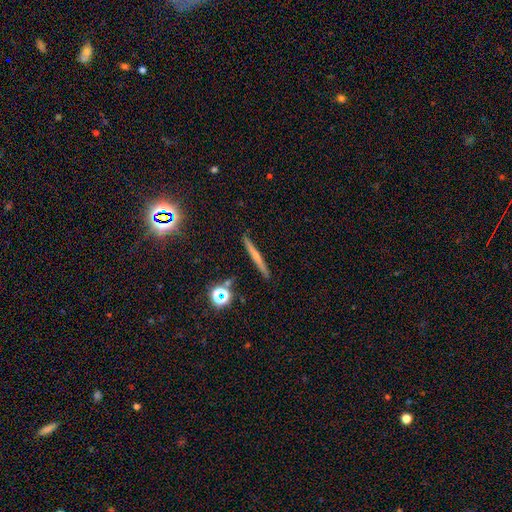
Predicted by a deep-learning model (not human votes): Q: Smooth or featured?
A: featured or disk (44%); runner-up: smooth (43%)
Q: Merging?
A: none (90%); runner-up: minor disturbance (7%)